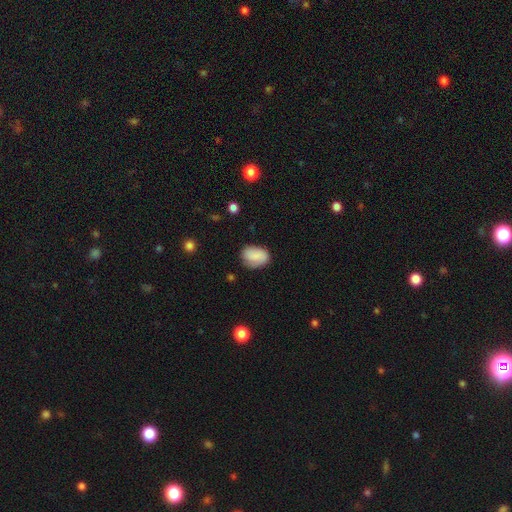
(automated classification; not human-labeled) smooth-or-featured: smooth: 80% | featured or disk: 12% | star or artifact: 8%
  how-rounded: in between: 77% | round: 22% | cigar-shaped: 1%
  merging: none: 70% | minor disturbance: 23% | major disturbance: 6% | merger: 2%